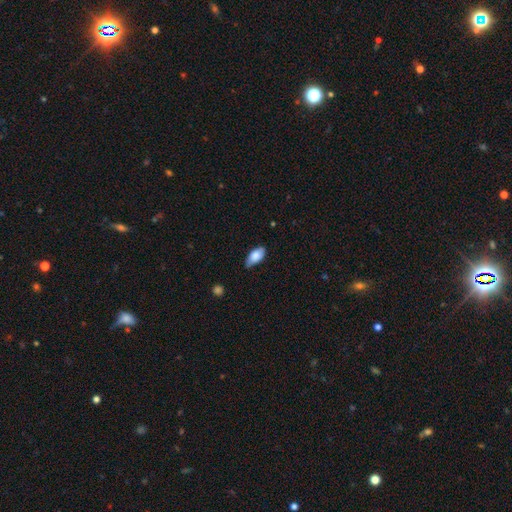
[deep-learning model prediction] A smooth galaxy with no disk features (81%) that is in between round and cigar-shaped (92%).

Vote fractions:
- Smooth or featured? smooth: 81% / featured or disk: 12% / star or artifact: 7%
- How rounded? in between: 92% / cigar-shaped: 5% / round: 3%
- Merging? none: 68% / minor disturbance: 27% / major disturbance: 4% / merger: 1%